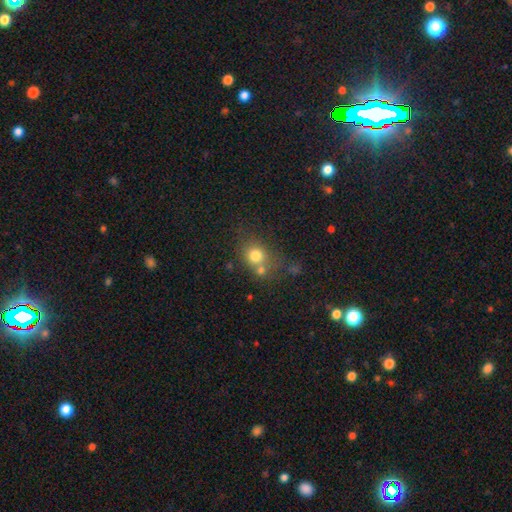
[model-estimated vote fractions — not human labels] The model was most divided on "merging": none: 51%, merger: 29%, minor disturbance: 13%, major disturbance: 7%. More confident: smooth or featured — smooth (74%); how rounded — round (73%).